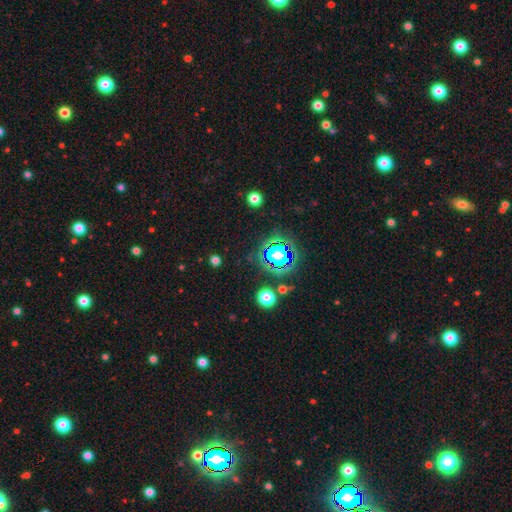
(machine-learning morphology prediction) smooth-or-featured: star or artifact: 81% | smooth: 12% | featured or disk: 7%